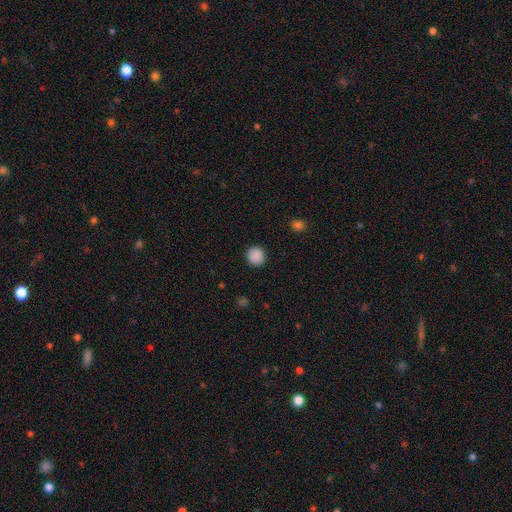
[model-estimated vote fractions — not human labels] Q: Smooth or featured?
A: smooth (89%); runner-up: star or artifact (9%)
Q: How rounded?
A: round (92%); runner-up: in between (7%)
Q: Merging?
A: none (91%); runner-up: minor disturbance (6%)